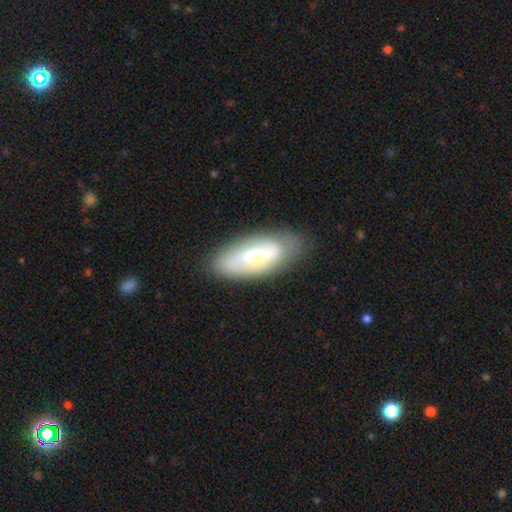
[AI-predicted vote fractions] A smooth galaxy with no disk features (48%).

Vote fractions:
- Smooth or featured? smooth: 48% / featured or disk: 45% / star or artifact: 7%
- Merging? none: 71% / minor disturbance: 20% / major disturbance: 7% / merger: 2%